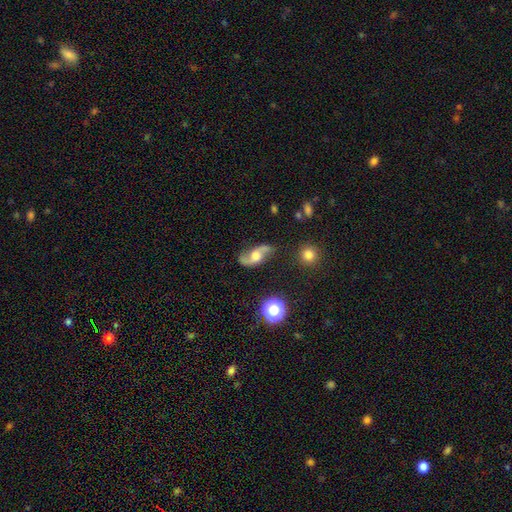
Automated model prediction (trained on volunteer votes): Smooth or featured? Predicted: featured or disk (p=0.80). Edge-on disk? Predicted: no (p=0.94). Bar? Predicted: no (p=0.57). Spiral arms? Predicted: yes (p=0.95). Spiral winding? Predicted: loose (p=0.73). Spiral arm count? Predicted: 2 (p=0.93). Bulge size? Predicted: moderate (p=0.51). Merging? Predicted: none (p=0.73).